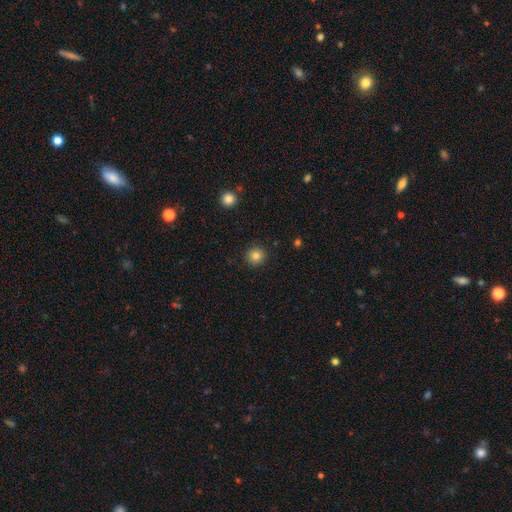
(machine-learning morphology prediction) This appears to be a smooth galaxy with no disk features (83%) that is round (94%). Merging: none (91%).